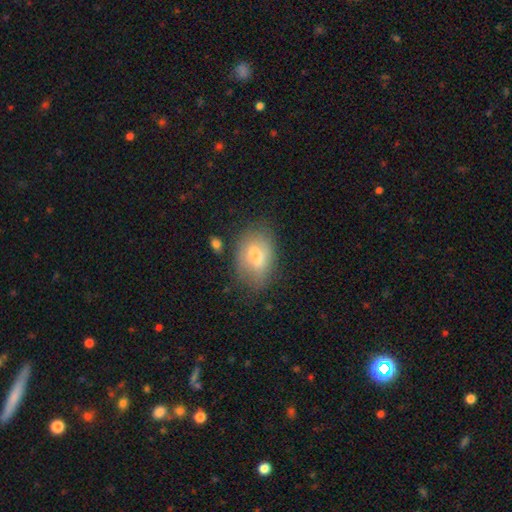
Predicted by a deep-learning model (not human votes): Smooth or featured? smooth (65%)
How rounded? in between (85%)
Merging? none (65%)